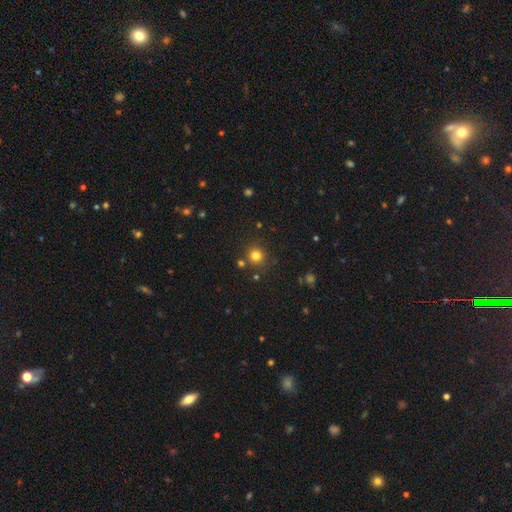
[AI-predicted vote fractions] Morphology: type=smooth (78%); roundness=round (92%); merging=none (82%).